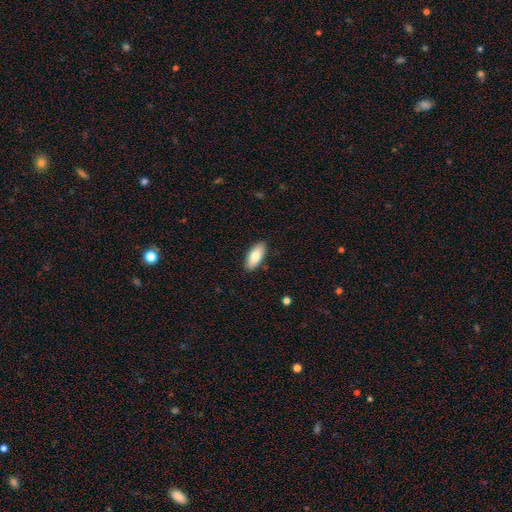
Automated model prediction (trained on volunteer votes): Smooth or featured? smooth (80%)
How rounded? in between (86%)
Merging? none (89%)